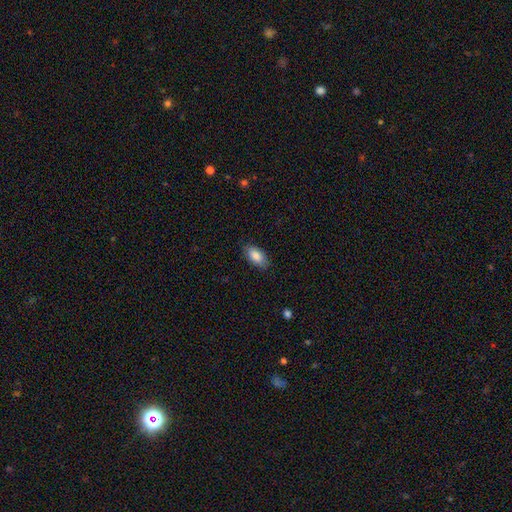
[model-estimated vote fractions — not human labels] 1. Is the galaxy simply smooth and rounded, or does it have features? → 87% smooth, 7% featured or disk, 6% star or artifact.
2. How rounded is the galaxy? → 92% in between, 5% cigar-shaped, 3% round.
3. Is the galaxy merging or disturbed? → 85% none, 12% minor disturbance, 3% major disturbance, 1% merger.